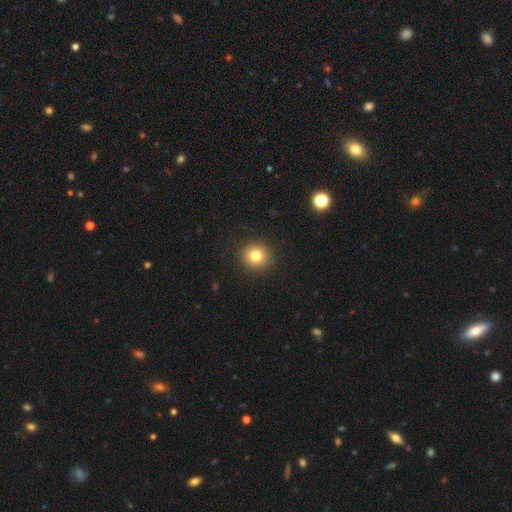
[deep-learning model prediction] The model was most divided on "smooth or featured": smooth: 81%, star or artifact: 12%, featured or disk: 8%. More confident: how rounded — round (92%); merging — none (91%).